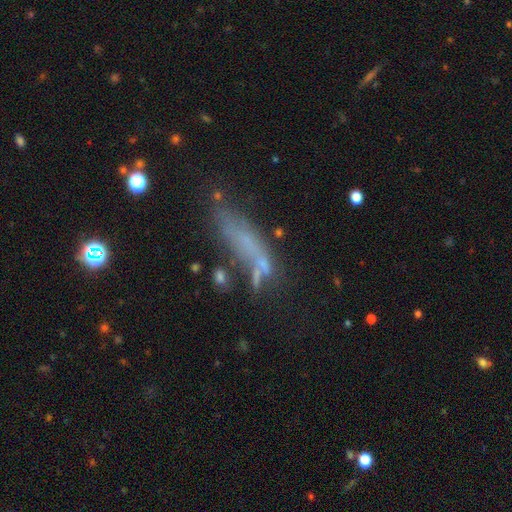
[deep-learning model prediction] A smooth galaxy with no disk features (45%). Merging: none (40%).